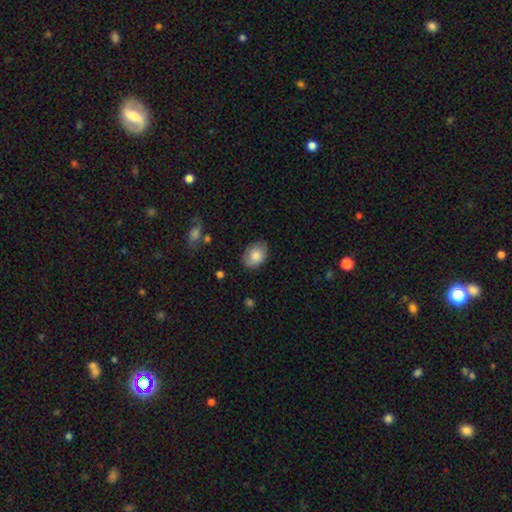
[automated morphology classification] This appears to be a smooth galaxy with no disk features (81%) that is in between round and cigar-shaped (72%). Merging: none (77%).